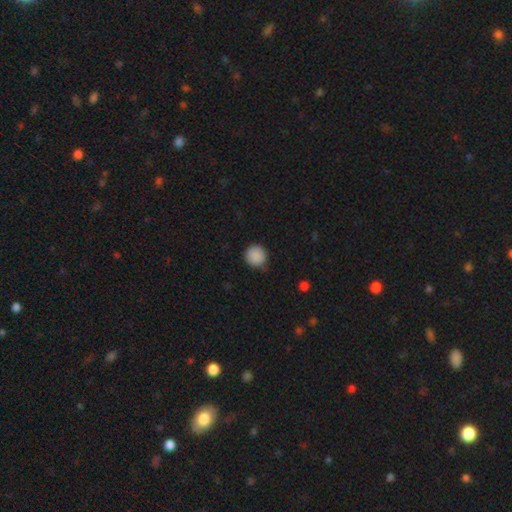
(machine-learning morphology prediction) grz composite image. It shows a smooth galaxy with no disk features (88%) that is round (94%). Merging: none (78%).